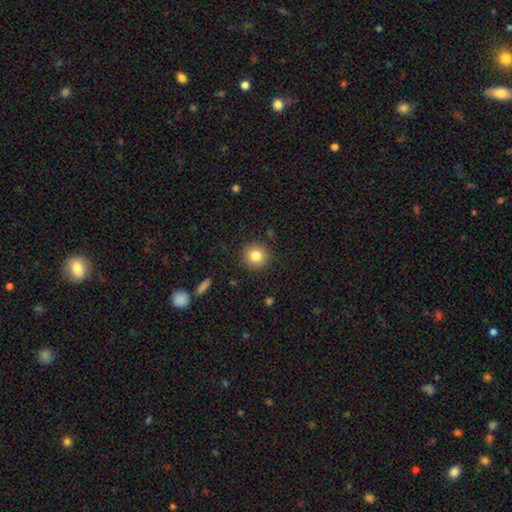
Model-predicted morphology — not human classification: Smooth or featured: smooth — 82% (star or artifact — 10%)
How rounded: round — 92% (in between — 7%)
Merging: none — 89% (minor disturbance — 7%)